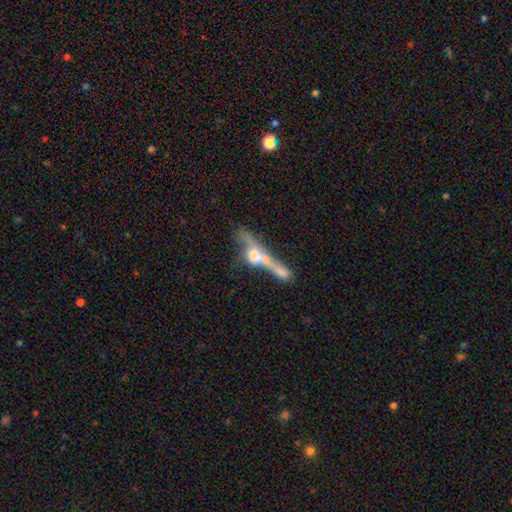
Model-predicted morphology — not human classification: Smooth or featured: featured or disk — 57% (smooth — 32%)
Edge-on disk: yes — 55% (no — 45%)
Merging: merger — 52% (none — 21%)